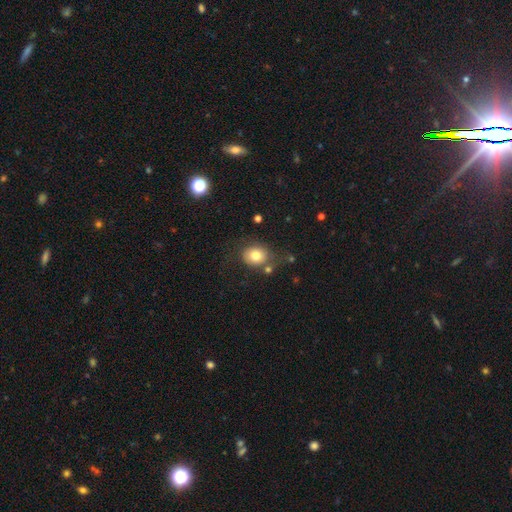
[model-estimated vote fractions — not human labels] A smooth galaxy with no disk features (77%) that is round (62%).

Vote fractions:
- Smooth or featured? smooth: 77% / featured or disk: 13% / star or artifact: 10%
- How rounded? round: 62% / in between: 37% / cigar-shaped: 1%
- Merging? none: 65% / minor disturbance: 18% / major disturbance: 8% / merger: 8%